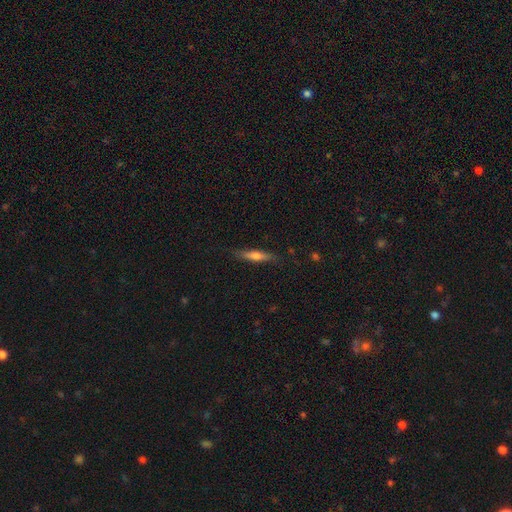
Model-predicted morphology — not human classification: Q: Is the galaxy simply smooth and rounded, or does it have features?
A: smooth — 56%.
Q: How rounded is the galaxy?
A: cigar-shaped — 85%.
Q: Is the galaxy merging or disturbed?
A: none — 83%.